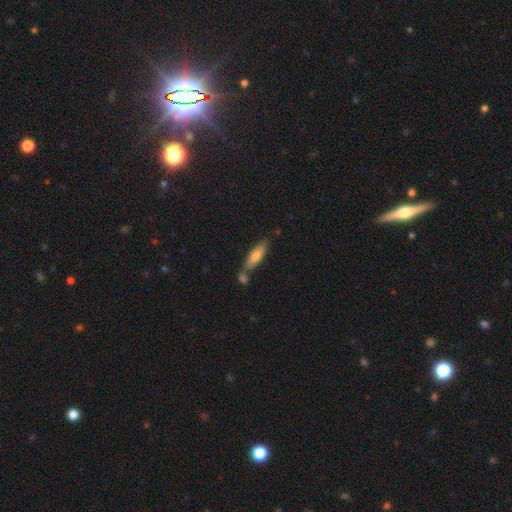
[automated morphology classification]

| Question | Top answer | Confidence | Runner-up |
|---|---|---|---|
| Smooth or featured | smooth | 69% | featured or disk (24%) |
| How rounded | cigar-shaped | 55% | in between (43%) |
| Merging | none | 59% | merger (23%) |